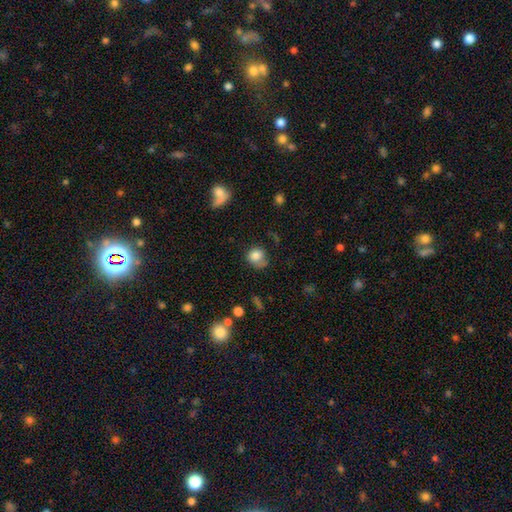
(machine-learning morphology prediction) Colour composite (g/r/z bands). It shows a smooth galaxy with no disk features (80%) that is round (71%). Merging: none (50%).